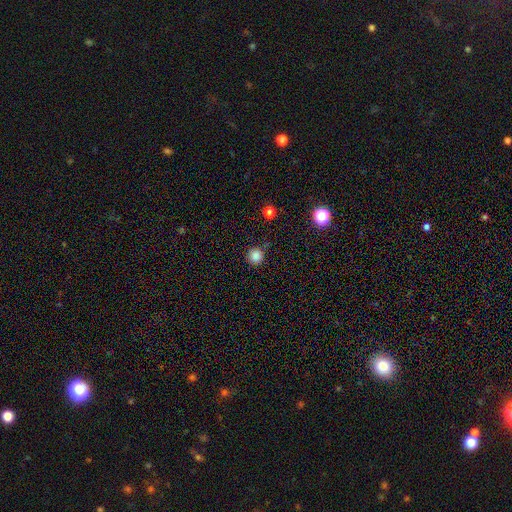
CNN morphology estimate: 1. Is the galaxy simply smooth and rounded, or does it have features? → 84% smooth, 13% star or artifact, 4% featured or disk.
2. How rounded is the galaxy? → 95% round, 4% in between, 1% cigar-shaped.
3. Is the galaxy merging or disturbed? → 85% none, 10% minor disturbance, 3% merger, 3% major disturbance.